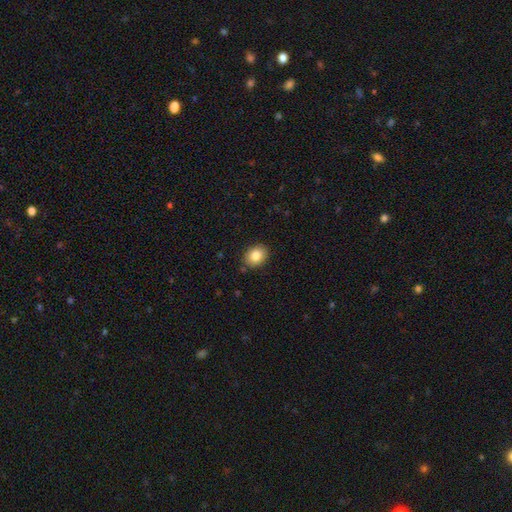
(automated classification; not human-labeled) The model was most divided on "how rounded": in between: 52%, round: 48%, cigar-shaped: 1%. More confident: merging — none (87%); smooth or featured — smooth (84%).